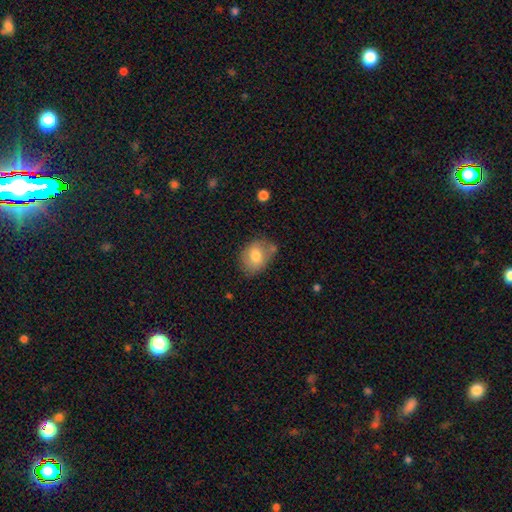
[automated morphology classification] Smooth or featured? Predicted: smooth (p=0.75). How rounded? Predicted: in between (p=0.63). Merging? Predicted: none (p=0.65).